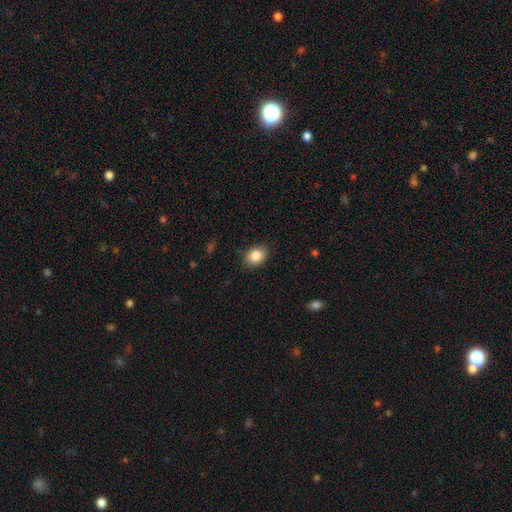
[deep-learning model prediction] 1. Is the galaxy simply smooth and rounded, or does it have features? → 86% smooth, 8% star or artifact, 6% featured or disk.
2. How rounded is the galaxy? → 67% in between, 32% round, 1% cigar-shaped.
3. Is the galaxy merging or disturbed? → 85% none, 12% minor disturbance, 3% major disturbance, 1% merger.